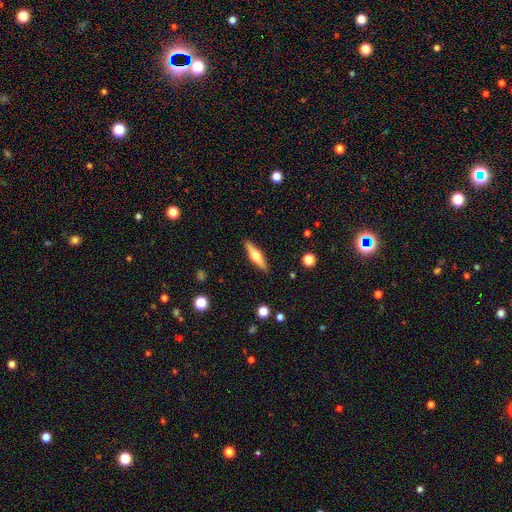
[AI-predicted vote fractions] This is possibly a featured or disk galaxy (55%). It is clearly viewed edge-on (95%). Edge-on bulge: clearly rounded (94%). Merging: clearly none (90%).